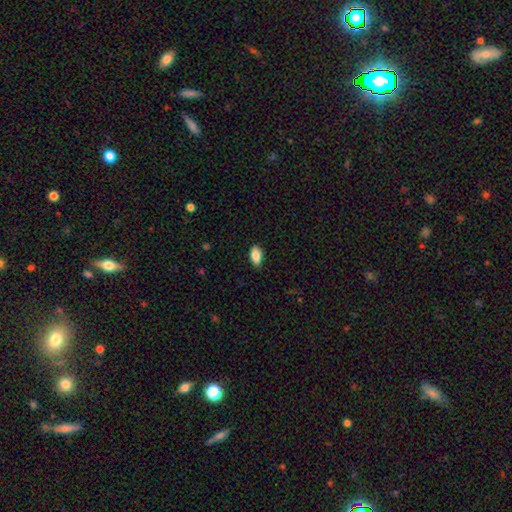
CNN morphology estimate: smooth 86%, star or artifact 7%, featured or disk 7%. Down the decision tree: how rounded — in between (92%); merging — none (86%).